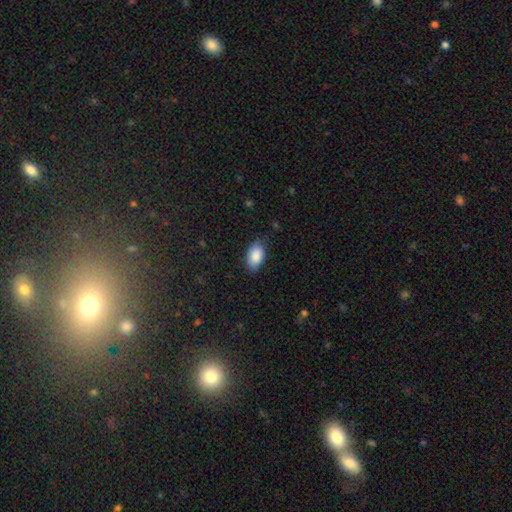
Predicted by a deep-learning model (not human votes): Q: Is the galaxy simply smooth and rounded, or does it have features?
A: smooth — 88%.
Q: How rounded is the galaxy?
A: in between — 93%.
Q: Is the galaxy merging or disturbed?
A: none — 81%.